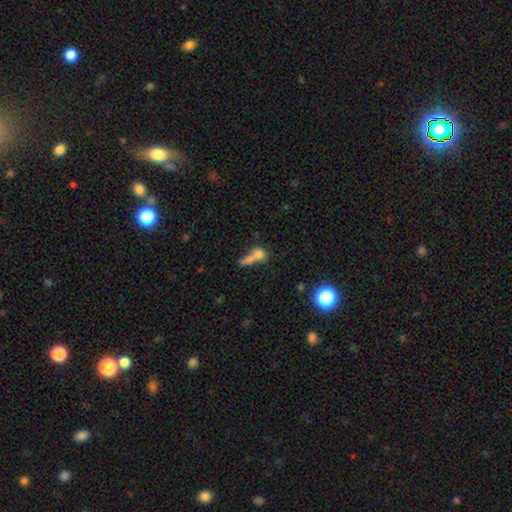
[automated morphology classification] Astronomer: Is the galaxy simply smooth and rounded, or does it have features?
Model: smooth — 67%.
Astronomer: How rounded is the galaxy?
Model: in between — 48% (runner-up: cigar-shaped, 27%).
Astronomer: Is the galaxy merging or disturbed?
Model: merger — 56%.